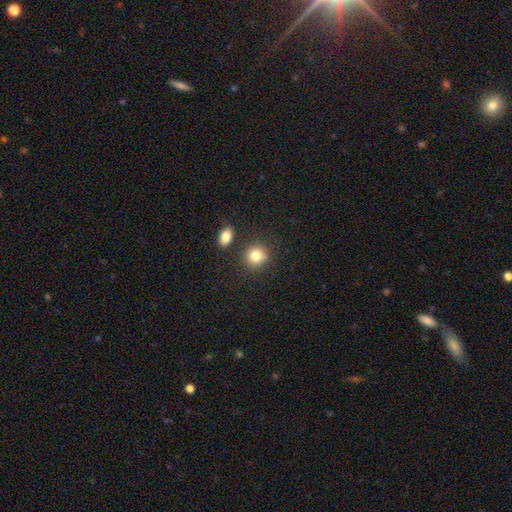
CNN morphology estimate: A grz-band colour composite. It shows a smooth galaxy with no disk features (83%) that is round (83%). Merging: none (79%).